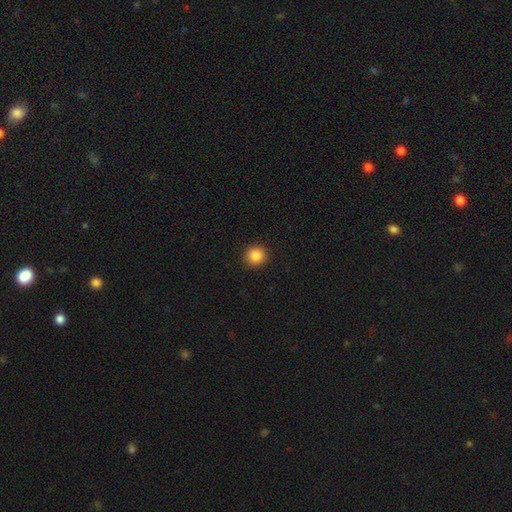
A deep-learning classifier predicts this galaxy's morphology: This appears to be a smooth galaxy with no disk features (86%) that is round (92%). Merging: none (92%).